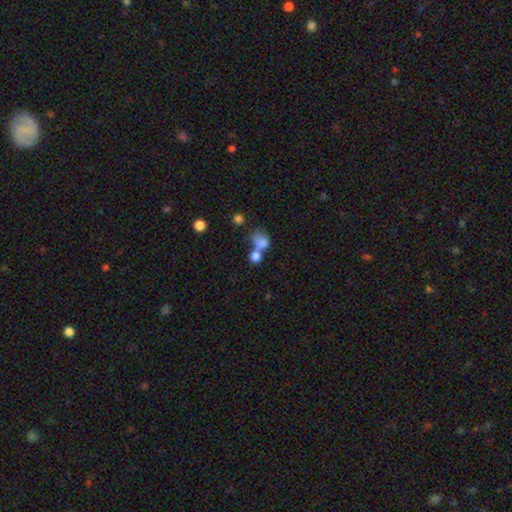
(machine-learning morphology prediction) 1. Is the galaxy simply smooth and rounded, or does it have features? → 77% smooth, 12% star or artifact, 11% featured or disk.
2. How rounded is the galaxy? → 65% round, 33% in between, 2% cigar-shaped.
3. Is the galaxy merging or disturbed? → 54% merger, 29% none, 9% minor disturbance, 8% major disturbance.